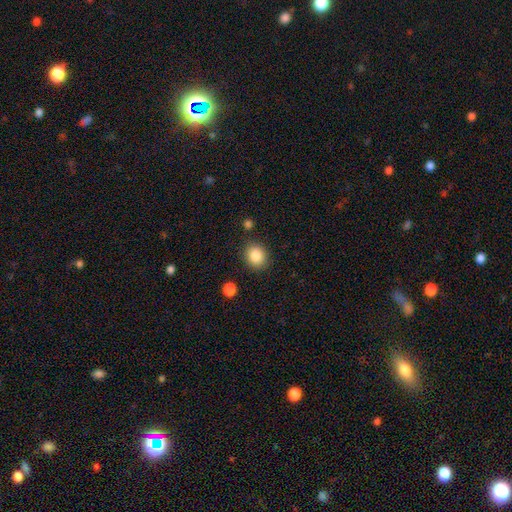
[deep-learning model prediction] smooth 87%, star or artifact 9%, featured or disk 5%. Down the decision tree: how rounded — round (67%); merging — none (85%).